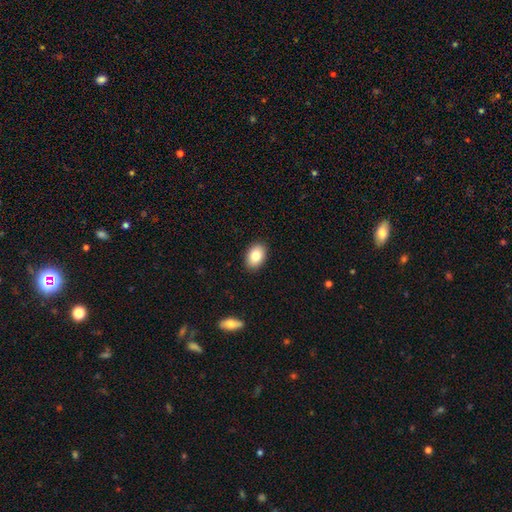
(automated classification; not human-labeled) Smooth or featured?
  - smooth: 83% *
  - featured or disk: 9%
  - star or artifact: 8%
How rounded?
  - in between: 85% *
  - round: 13%
  - cigar-shaped: 1%
Merging?
  - none: 90% *
  - minor disturbance: 7%
  - major disturbance: 2%
  - merger: 1%